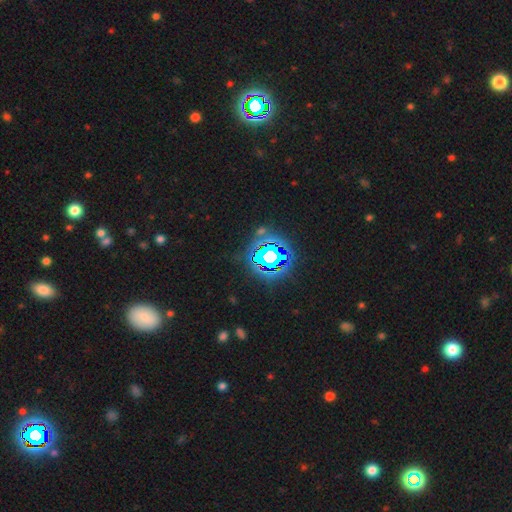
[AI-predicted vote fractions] Overall: star or artifact (80%).